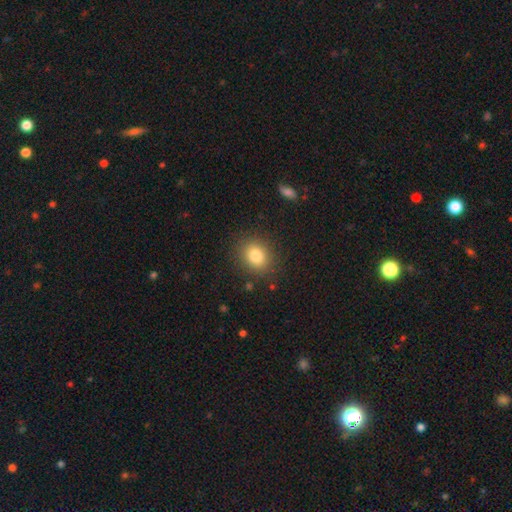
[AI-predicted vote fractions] A smooth galaxy with no disk features (81%) that is round (62%).

Vote fractions:
- Smooth or featured? smooth: 81% / star or artifact: 11% / featured or disk: 8%
- How rounded? round: 62% / in between: 37% / cigar-shaped: 1%
- Merging? none: 86% / minor disturbance: 9% / major disturbance: 3% / merger: 1%